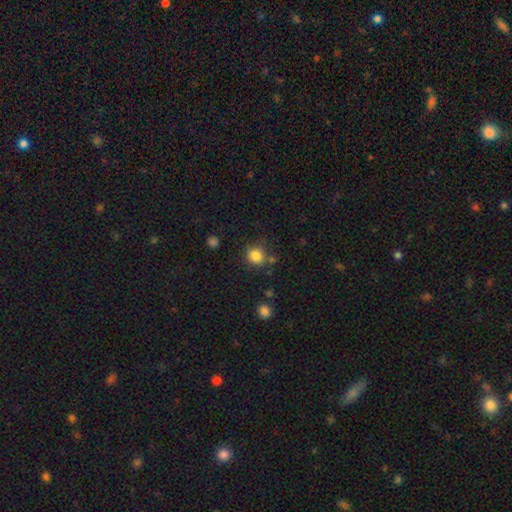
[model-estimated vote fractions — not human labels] Morphology: type=smooth (85%); roundness=round (90%); merging=none (79%).